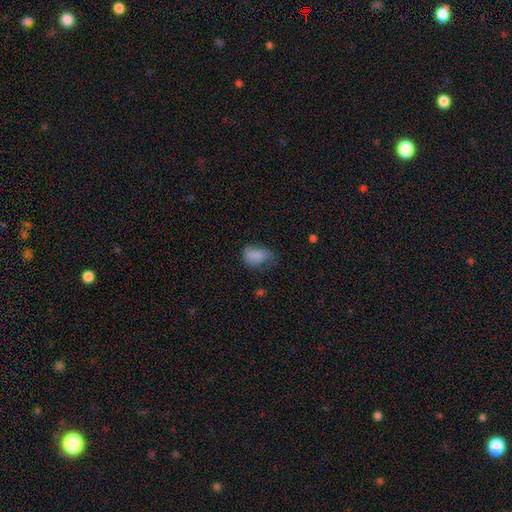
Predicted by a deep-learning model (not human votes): A smooth galaxy with no disk features (80%) that is in between round and cigar-shaped (86%). Merging: minor disturbance (38%).